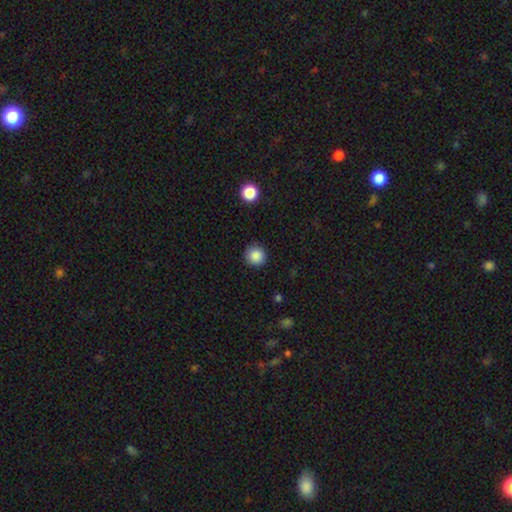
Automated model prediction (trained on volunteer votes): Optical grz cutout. It shows a smooth galaxy with no disk features (87%) that is round (94%). Merging: none (90%).